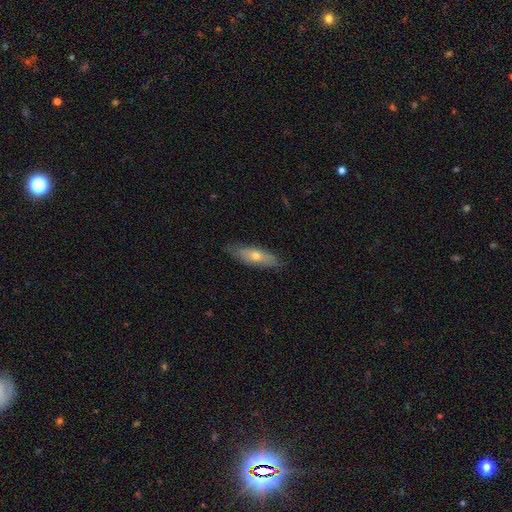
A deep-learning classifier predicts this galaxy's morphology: Smooth or featured: smooth — 53% (featured or disk — 41%)
How rounded: cigar-shaped — 53% (in between — 45%)
Merging: none — 81% (minor disturbance — 15%)